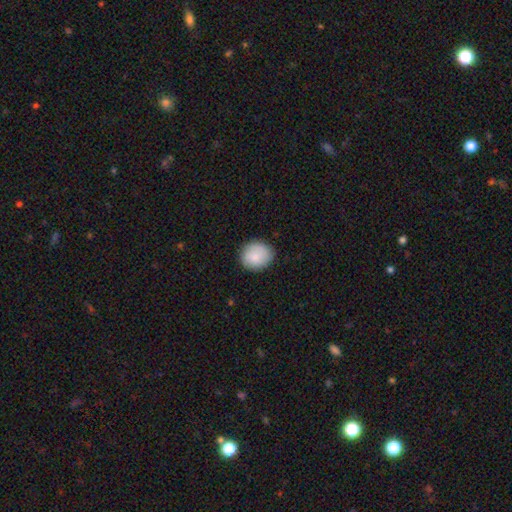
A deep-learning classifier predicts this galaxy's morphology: The model was most divided on "how rounded": round: 71%, in between: 28%, cigar-shaped: 1%. More confident: smooth or featured — smooth (83%); merging — none (82%).